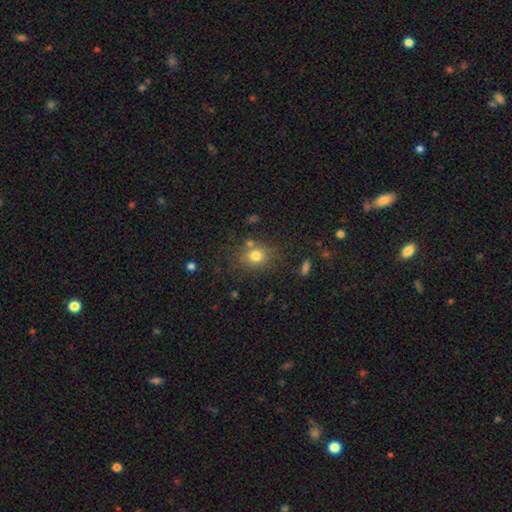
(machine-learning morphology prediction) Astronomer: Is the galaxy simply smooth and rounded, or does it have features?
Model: smooth — 77%.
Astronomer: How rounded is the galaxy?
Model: round — 65%.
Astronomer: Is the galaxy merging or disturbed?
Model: none — 73%.